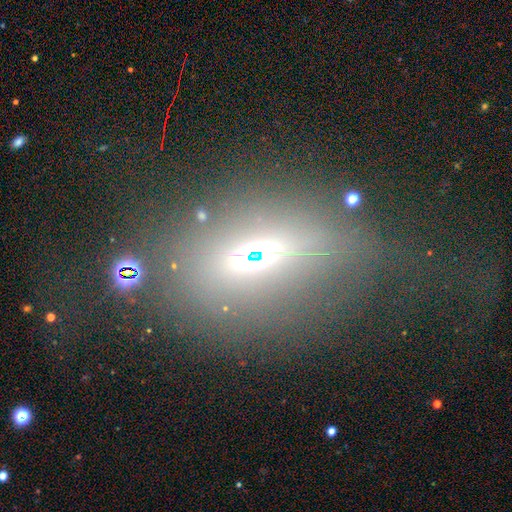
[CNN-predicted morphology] Overall: smooth (39%; star or artifact 35%). Merging: none (78%).